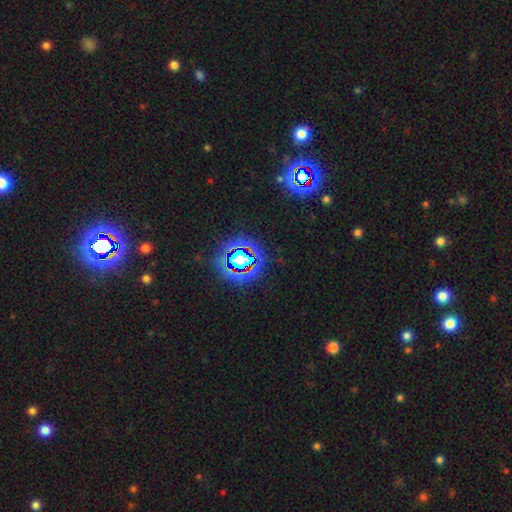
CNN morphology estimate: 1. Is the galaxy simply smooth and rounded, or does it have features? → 82% star or artifact, 11% smooth, 7% featured or disk.